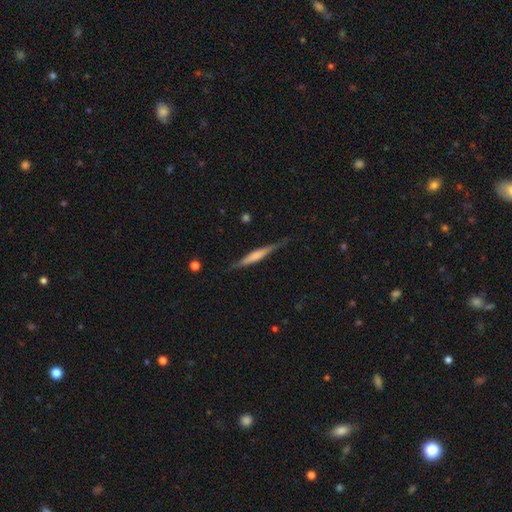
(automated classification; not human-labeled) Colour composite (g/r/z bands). It shows a featured or disk galaxy (55%) viewed edge-on (97%) with a rounded central bulge (38%). Merging: none (82%).